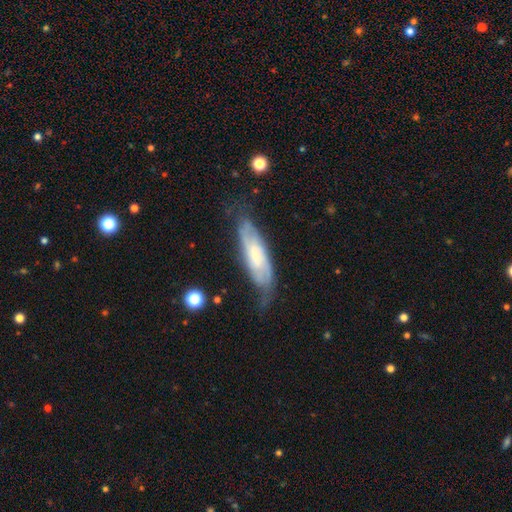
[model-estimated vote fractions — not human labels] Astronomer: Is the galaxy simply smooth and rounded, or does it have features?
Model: featured or disk — 65%.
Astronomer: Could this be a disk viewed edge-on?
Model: no — 80%.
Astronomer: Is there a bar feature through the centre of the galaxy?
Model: no — 56% (runner-up: weak, 34%).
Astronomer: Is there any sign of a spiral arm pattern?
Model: yes — 90%.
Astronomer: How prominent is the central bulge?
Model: small — 45% (runner-up: moderate, 32%).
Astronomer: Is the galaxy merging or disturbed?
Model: none — 57%.